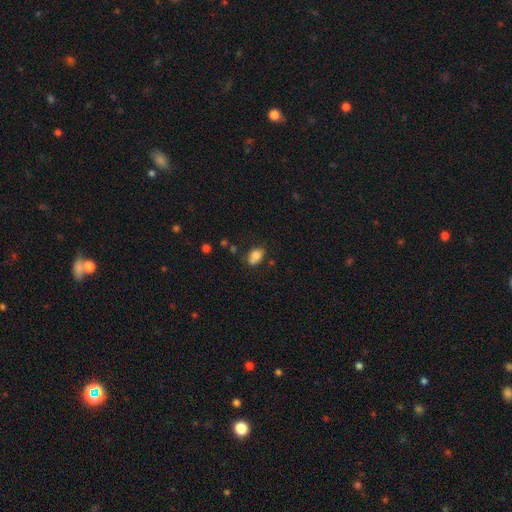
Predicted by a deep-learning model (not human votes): The model was most divided on "merging": none: 48%, merger: 28%, minor disturbance: 18%, major disturbance: 6%. More confident: smooth or featured — smooth (75%); how rounded — in between (66%).